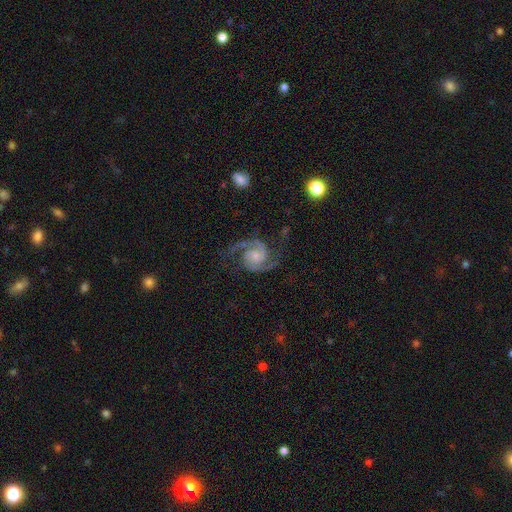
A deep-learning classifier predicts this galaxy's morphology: A featured or disk galaxy (93%) with no bar (68%), 2 (93%) medium (59%) spiral arms (99%) and a small central bulge (56%). Merging: none (78%).